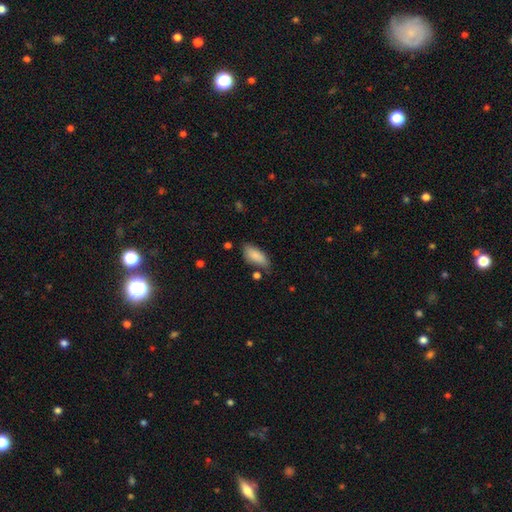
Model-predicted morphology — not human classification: A smooth galaxy with no disk features (87%) that is in between round and cigar-shaped (83%). Merging: none (67%).